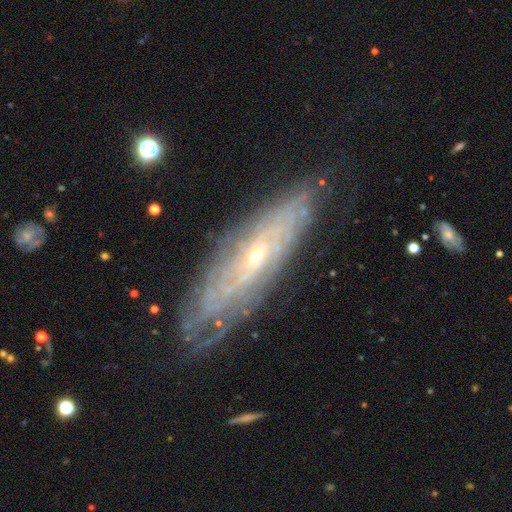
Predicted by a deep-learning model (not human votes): Morphology: type=featured or disk (78%); edge-on=no (69%); bar=no (68%); spiral arms=yes (83%); bulge=small (72%); merging=none (77%).